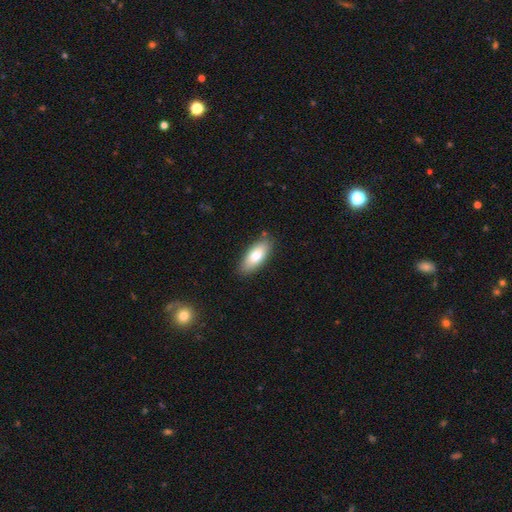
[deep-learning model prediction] Smooth or featured?
  - smooth: 78% *
  - featured or disk: 16%
  - star or artifact: 6%
How rounded?
  - in between: 82% *
  - cigar-shaped: 16%
  - round: 2%
Merging?
  - none: 83% *
  - minor disturbance: 13%
  - major disturbance: 2%
  - merger: 2%